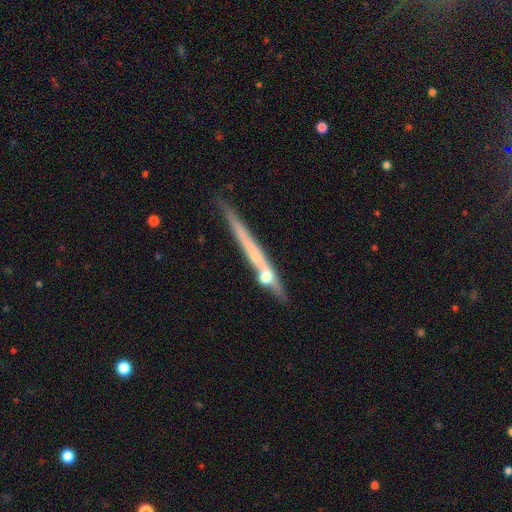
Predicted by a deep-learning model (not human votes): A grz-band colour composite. It shows a featured or disk galaxy (57%) viewed edge-on (95%) with no central bulge (75%). Merging: none (76%).